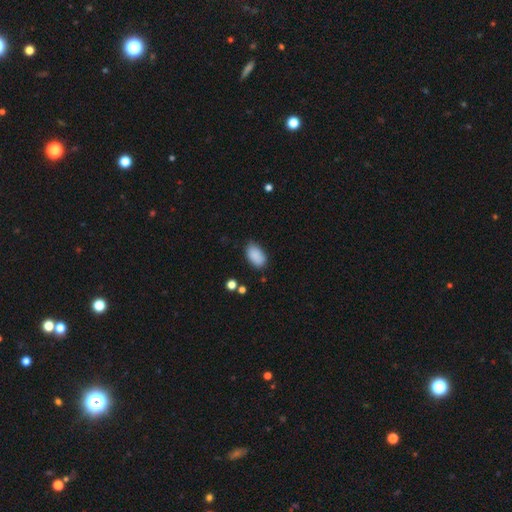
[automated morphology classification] Smooth or featured: smooth — 88% (star or artifact — 8%)
How rounded: in between — 93% (round — 6%)
Merging: none — 77% (minor disturbance — 18%)